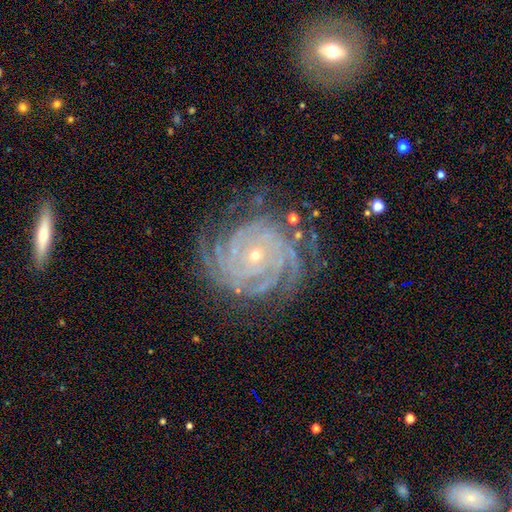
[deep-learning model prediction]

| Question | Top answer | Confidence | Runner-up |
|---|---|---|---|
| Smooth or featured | featured or disk | 90% | star or artifact (6%) |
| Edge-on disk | no | 97% | yes (3%) |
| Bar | no | 77% | weak (16%) |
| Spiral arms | yes | 98% | no (2%) |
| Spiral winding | tight | 80% | medium (17%) |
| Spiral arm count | more than 4 | 30% | 4 (27%) |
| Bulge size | small | 77% | moderate (20%) |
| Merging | none | 74% | minor disturbance (17%) |